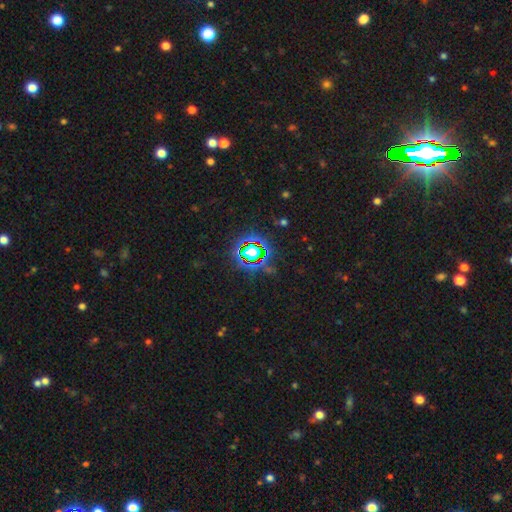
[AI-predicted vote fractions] Smooth or featured: star or artifact — 71% (smooth — 18%)